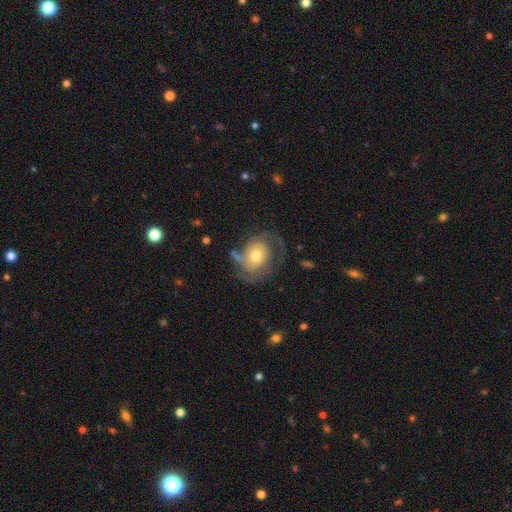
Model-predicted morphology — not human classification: Smooth or featured?
  - featured or disk: 67% *
  - smooth: 26%
  - star or artifact: 7%
Edge-on disk?
  - no: 97% *
  - yes: 3%
Bar?
  - no: 78% *
  - weak: 18%
  - strong: 4%
Spiral arms?
  - yes: 83% *
  - no: 17%
Spiral winding?
  - medium: 39% *
  - tight: 37%
  - loose: 24%
Spiral arm count?
  - 2: 50% *
  - can't tell: 21%
  - 1: 16%
  - 3: 8%
  - 4: 3%
  - more than 4: 2%
Bulge size?
  - moderate: 61% *
  - small: 28%
  - large: 8%
  - dominant: 1%
  - none: 1%
Merging?
  - none: 51% *
  - major disturbance: 22%
  - minor disturbance: 22%
  - merger: 4%